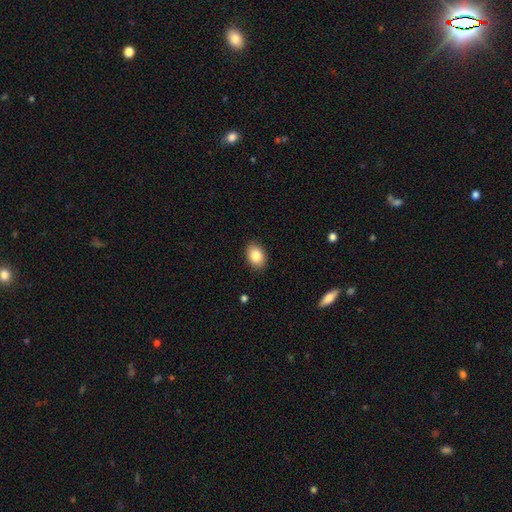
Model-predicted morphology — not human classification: A smooth galaxy with no disk features (85%) that is in between round and cigar-shaped (77%).

Vote fractions:
- Smooth or featured? smooth: 85% / star or artifact: 8% / featured or disk: 7%
- How rounded? in between: 77% / round: 22% / cigar-shaped: 1%
- Merging? none: 89% / minor disturbance: 8% / major disturbance: 2% / merger: 1%